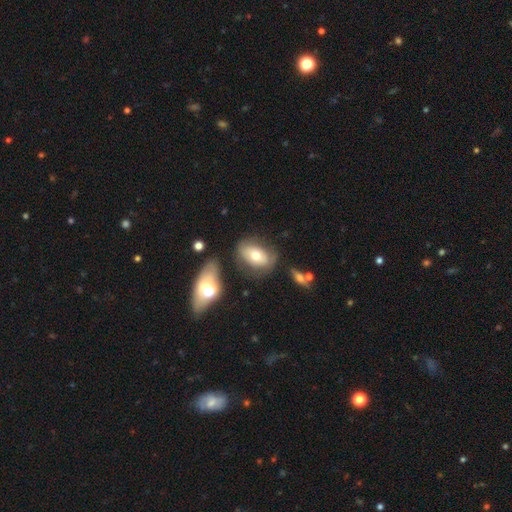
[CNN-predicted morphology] Q: Smooth or featured?
A: smooth (59%); runner-up: featured or disk (33%)
Q: How rounded?
A: in between (85%); runner-up: round (13%)
Q: Merging?
A: none (57%); runner-up: minor disturbance (23%)